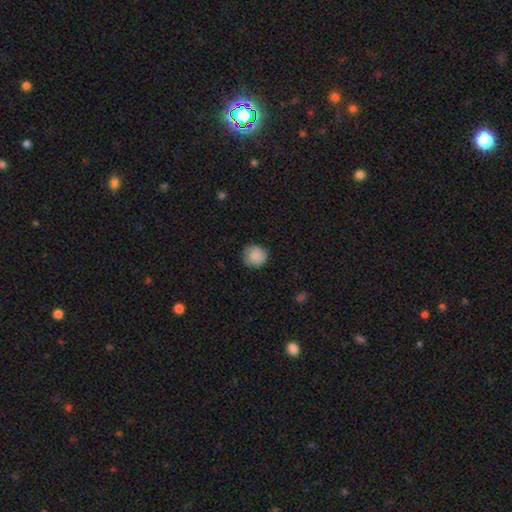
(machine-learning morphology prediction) Smooth or featured? Predicted: smooth (p=0.87). How rounded? Predicted: round (p=0.91). Merging? Predicted: none (p=0.82).